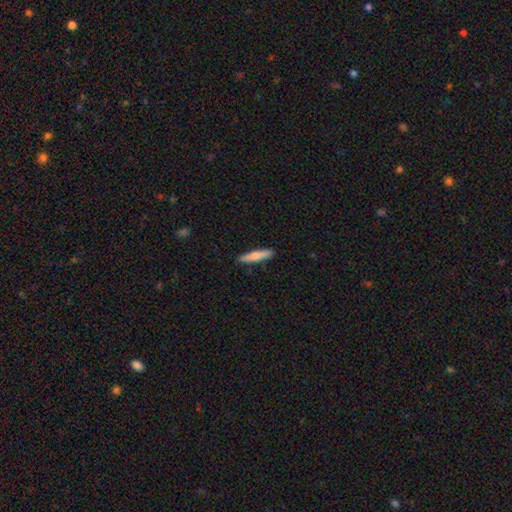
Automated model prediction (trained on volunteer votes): Smooth or featured? smooth (66%)
How rounded? cigar-shaped (88%)
Merging? none (89%)